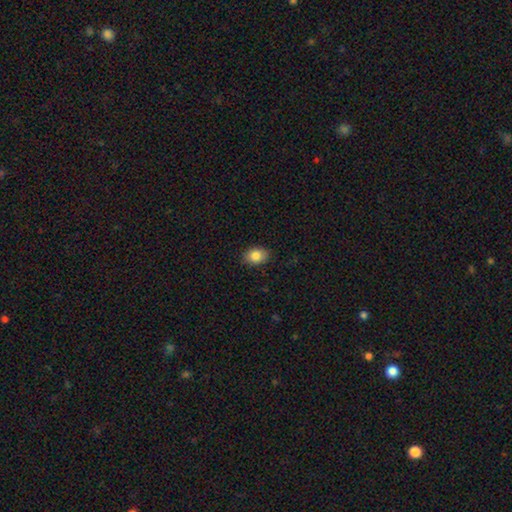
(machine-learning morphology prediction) This appears to be a smooth galaxy with no disk features (85%) that is in between round and cigar-shaped (70%). Merging: none (86%).